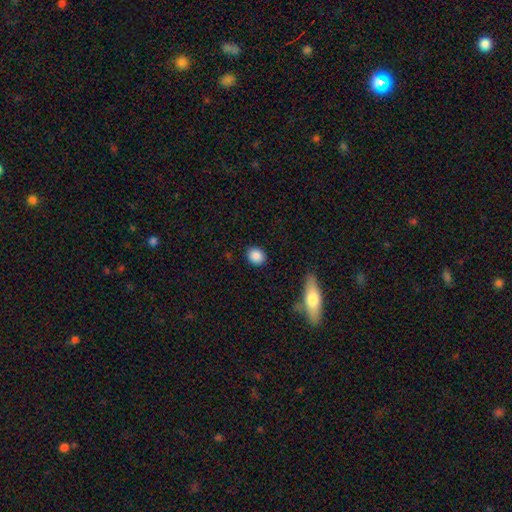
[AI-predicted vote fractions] Smooth or featured?
  - smooth: 88% *
  - star or artifact: 8%
  - featured or disk: 4%
How rounded?
  - round: 62% *
  - in between: 37%
  - cigar-shaped: 1%
Merging?
  - none: 88% *
  - minor disturbance: 8%
  - major disturbance: 2%
  - merger: 2%